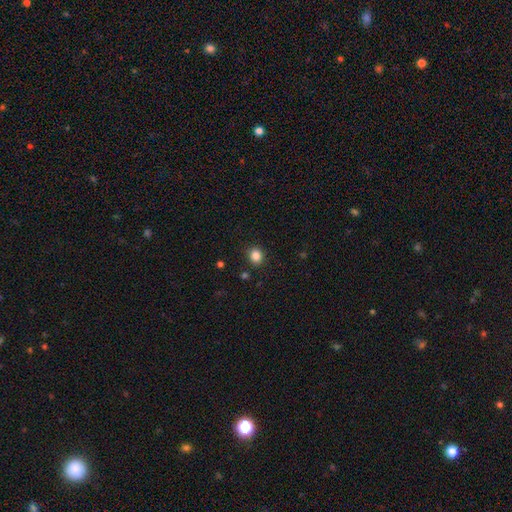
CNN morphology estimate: Smooth or featured?
  - smooth: 85% *
  - star or artifact: 11%
  - featured or disk: 4%
How rounded?
  - round: 73% *
  - in between: 27%
  - cigar-shaped: 1%
Merging?
  - none: 88% *
  - minor disturbance: 8%
  - major disturbance: 2%
  - merger: 2%